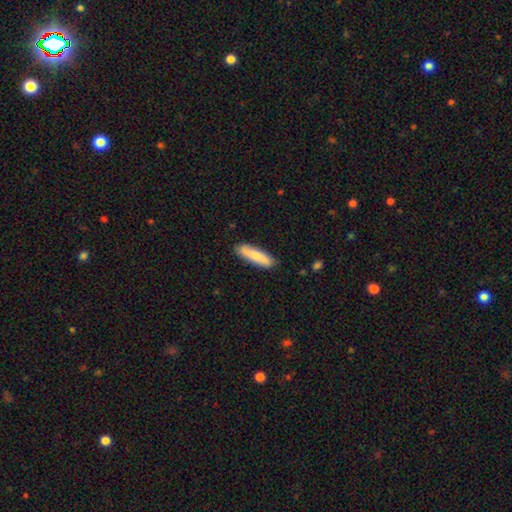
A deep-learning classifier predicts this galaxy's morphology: A smooth galaxy with no disk features (76%) that is cigar-shaped (71%).

Vote fractions:
- Smooth or featured? smooth: 76% / featured or disk: 19% / star or artifact: 5%
- How rounded? cigar-shaped: 71% / in between: 27% / round: 2%
- Merging? none: 86% / minor disturbance: 11% / major disturbance: 2% / merger: 1%